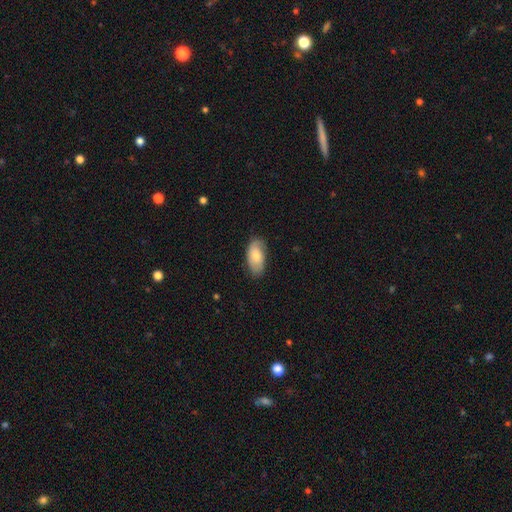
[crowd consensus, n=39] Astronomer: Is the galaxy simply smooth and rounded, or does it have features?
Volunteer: smooth — 82%.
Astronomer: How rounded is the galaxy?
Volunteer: in between — 97%.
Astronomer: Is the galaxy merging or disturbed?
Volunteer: none — 65%.